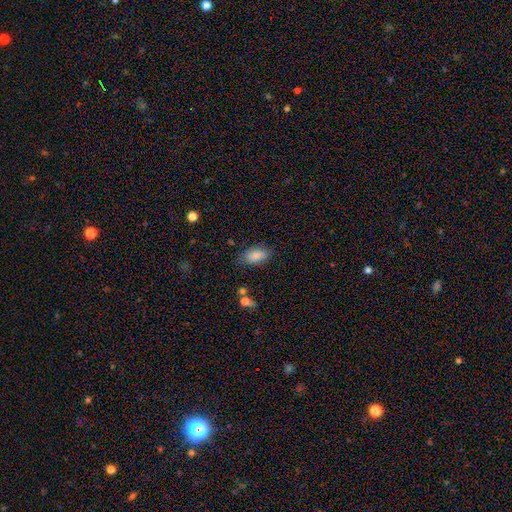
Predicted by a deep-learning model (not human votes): smooth 85%, star or artifact 8%, featured or disk 7%. Down the decision tree: how rounded — in between (91%); merging — none (78%).